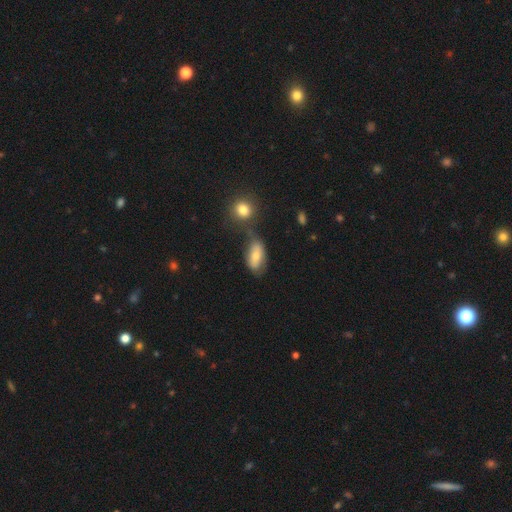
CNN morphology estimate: Smooth or featured?
  - smooth: 68% *
  - featured or disk: 23%
  - star or artifact: 8%
How rounded?
  - in between: 88% *
  - cigar-shaped: 7%
  - round: 5%
Merging?
  - none: 51% *
  - minor disturbance: 22%
  - merger: 18%
  - major disturbance: 9%